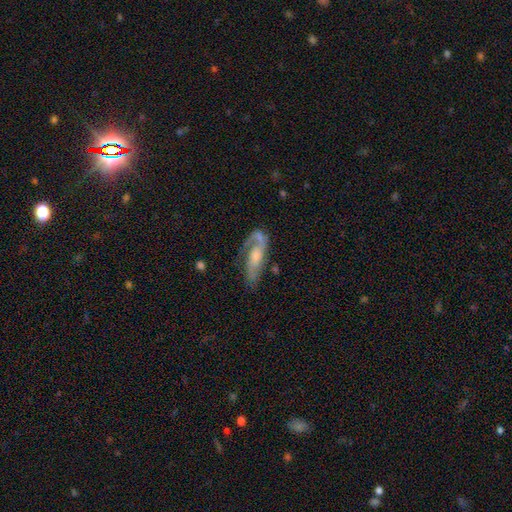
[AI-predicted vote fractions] Smooth or featured? Predicted: featured or disk (p=0.78). Edge-on disk? Predicted: no (p=0.89). Bar? Predicted: no (p=0.54). Spiral arms? Predicted: yes (p=0.91). Spiral winding? Predicted: medium (p=0.46). Spiral arm count? Predicted: 2 (p=0.64). Bulge size? Predicted: moderate (p=0.44). Merging? Predicted: none (p=0.54).